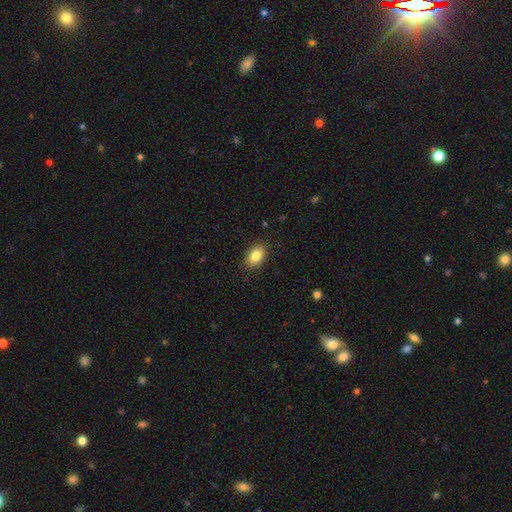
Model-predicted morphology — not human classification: Smooth or featured: smooth — 85% (star or artifact — 8%)
How rounded: in between — 88% (round — 10%)
Merging: none — 88% (minor disturbance — 9%)